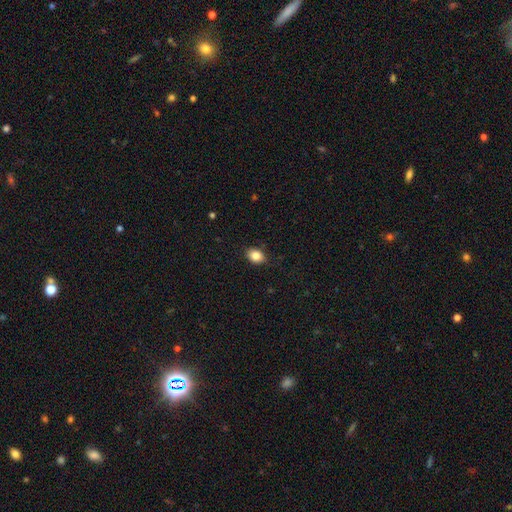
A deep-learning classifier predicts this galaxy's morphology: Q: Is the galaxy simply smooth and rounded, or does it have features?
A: smooth — 85%.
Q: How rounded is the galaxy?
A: in between — 65%.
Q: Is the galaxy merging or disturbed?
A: none — 85%.